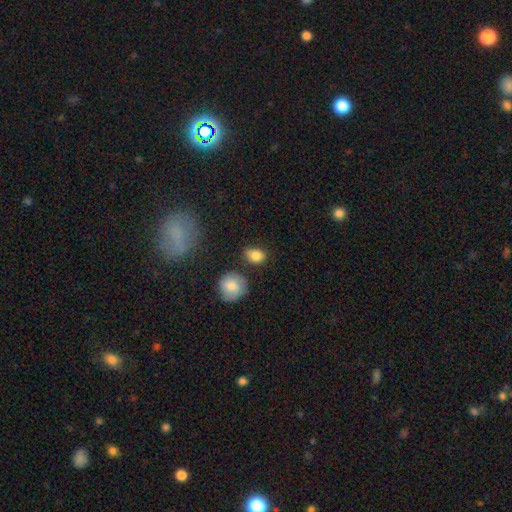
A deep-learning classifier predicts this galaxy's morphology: This appears to be a smooth galaxy with no disk features (85%) that is in between round and cigar-shaped (64%). Merging: none (75%).